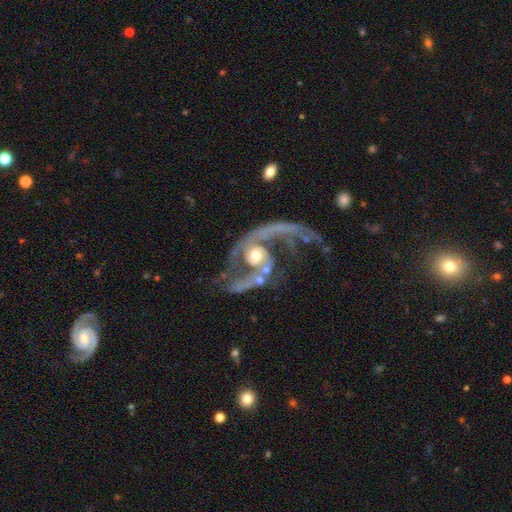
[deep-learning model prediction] smooth-or-featured: featured or disk: 89% | smooth: 6% | star or artifact: 5%
  disk-edge-on: no: 97% | yes: 3%
    bar: no: 69% | weak: 22% | strong: 9%
    has-spiral-arms: yes: 93% | no: 7%
      spiral-winding: loose: 61% | medium: 30% | tight: 8%
      spiral-arm-count: 2: 83% | 1: 6% | can't tell: 4% | 3: 3% | 4: 2% | more than 4: 2%
    bulge-size: moderate: 65% | small: 23% | large: 9% | dominant: 2% | none: 2%
  merging: major disturbance: 37% | none: 31% | merger: 16% | minor disturbance: 15%